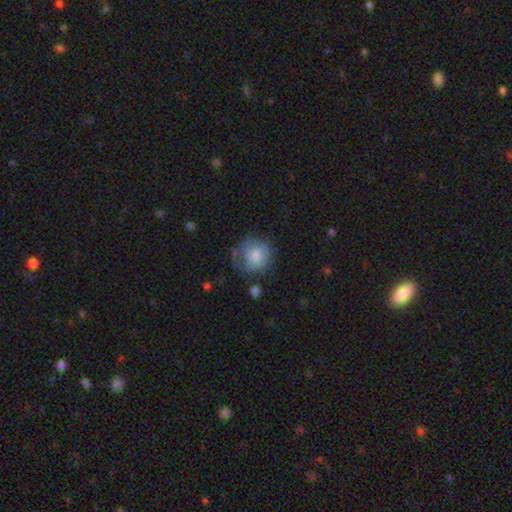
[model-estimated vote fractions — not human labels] Smooth or featured: smooth — 70% (featured or disk — 23%)
How rounded: round — 84% (in between — 15%)
Merging: none — 48% (minor disturbance — 28%)